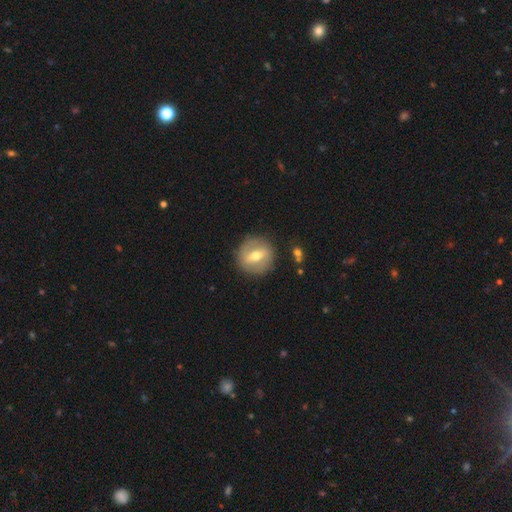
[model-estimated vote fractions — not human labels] Smooth or featured?
  - featured or disk: 54% *
  - smooth: 39%
  - star or artifact: 7%
Edge-on disk?
  - no: 89% *
  - yes: 11%
Merging?
  - none: 86% *
  - minor disturbance: 9%
  - major disturbance: 3%
  - merger: 2%